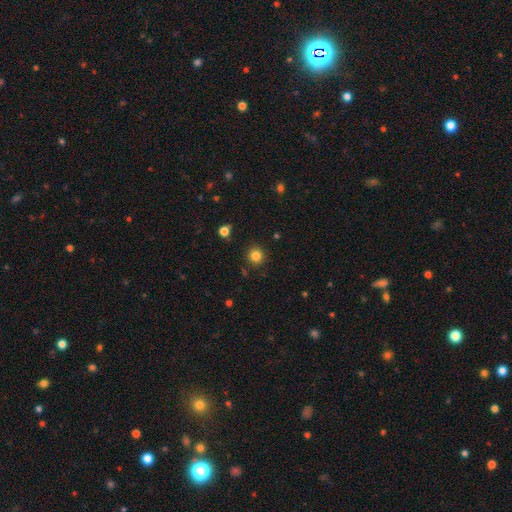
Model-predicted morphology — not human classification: This is clearly a smooth galaxy (83%). How rounded: clearly round (94%). Merging: clearly none (90%).